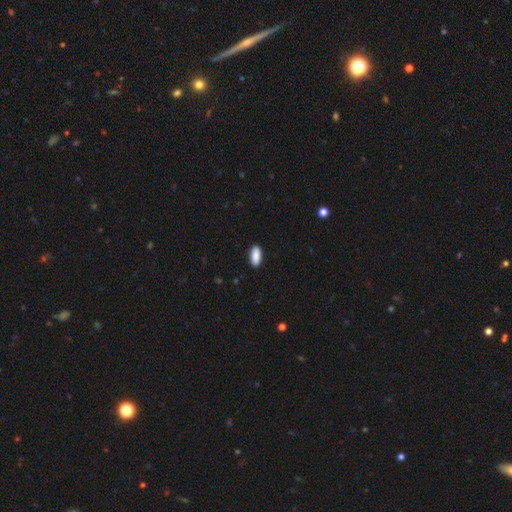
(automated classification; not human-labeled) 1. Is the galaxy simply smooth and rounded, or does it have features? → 90% smooth, 6% star or artifact, 4% featured or disk.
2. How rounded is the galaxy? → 88% in between, 10% cigar-shaped, 2% round.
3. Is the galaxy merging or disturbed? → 90% none, 7% minor disturbance, 2% major disturbance, 1% merger.